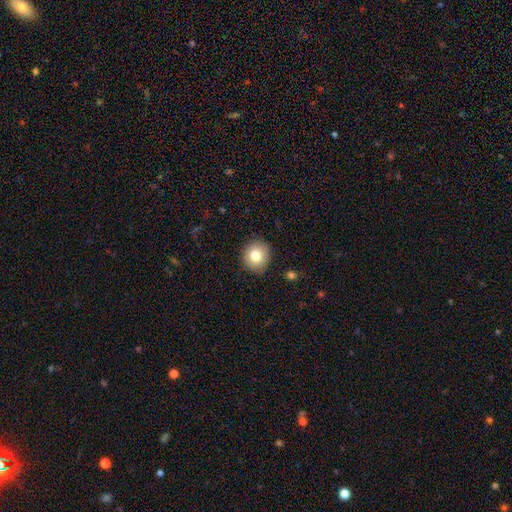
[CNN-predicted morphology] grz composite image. It shows a smooth galaxy with no disk features (80%) that is round (86%). Merging: none (88%).